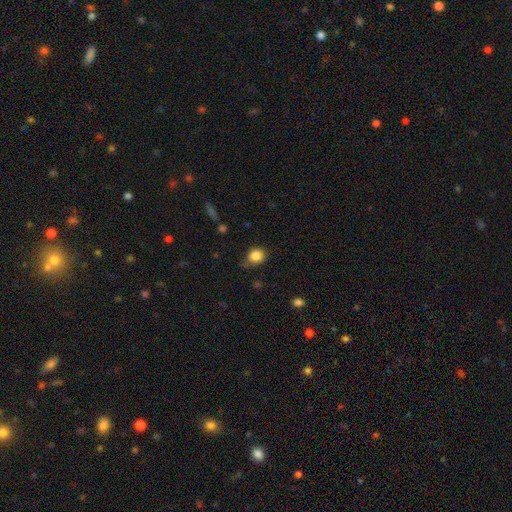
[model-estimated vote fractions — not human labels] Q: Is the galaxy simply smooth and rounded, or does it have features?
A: smooth — 84%.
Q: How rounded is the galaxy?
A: round — 72%.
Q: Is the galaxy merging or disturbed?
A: none — 63%.